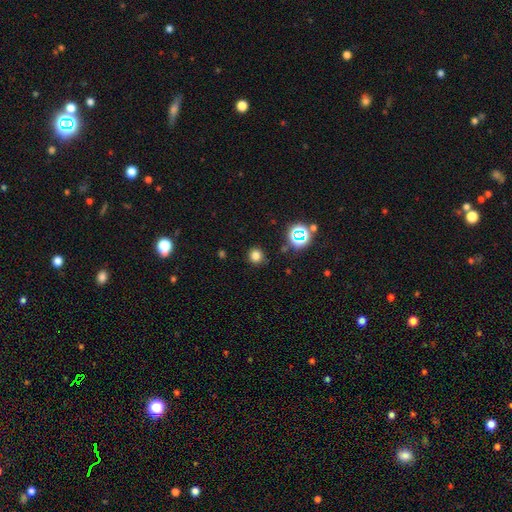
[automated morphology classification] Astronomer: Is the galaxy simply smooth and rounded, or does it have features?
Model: smooth — 75%.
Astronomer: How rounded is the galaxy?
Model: round — 90%.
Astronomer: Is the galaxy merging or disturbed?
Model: none — 88%.